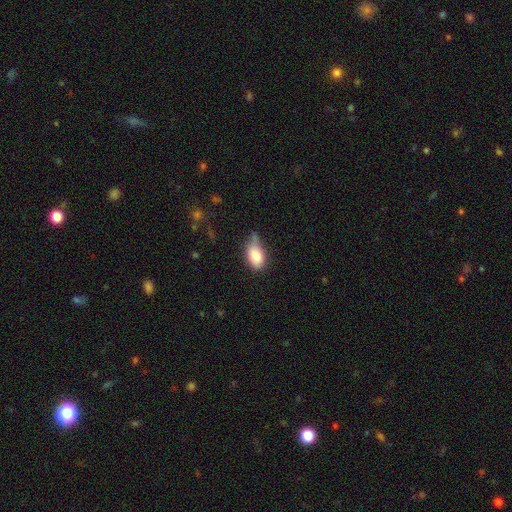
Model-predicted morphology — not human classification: smooth 81%, featured or disk 11%, star or artifact 8%. Down the decision tree: how rounded — in between (90%); merging — minor disturbance (44%).